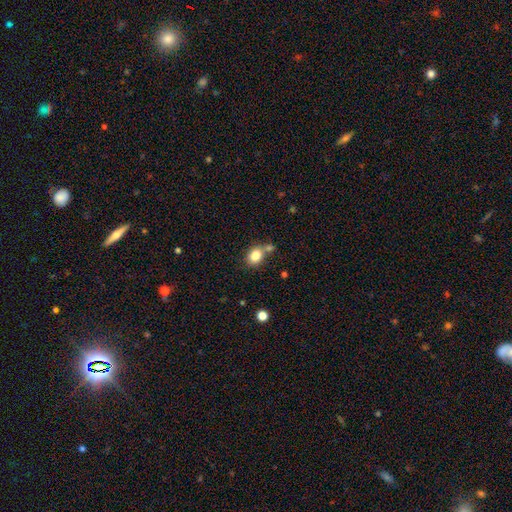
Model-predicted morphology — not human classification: smooth-or-featured: smooth: 82% | star or artifact: 10% | featured or disk: 8%
  how-rounded: in between: 58% | round: 41% | cigar-shaped: 1%
  merging: none: 56% | merger: 25% | minor disturbance: 15% | major disturbance: 5%